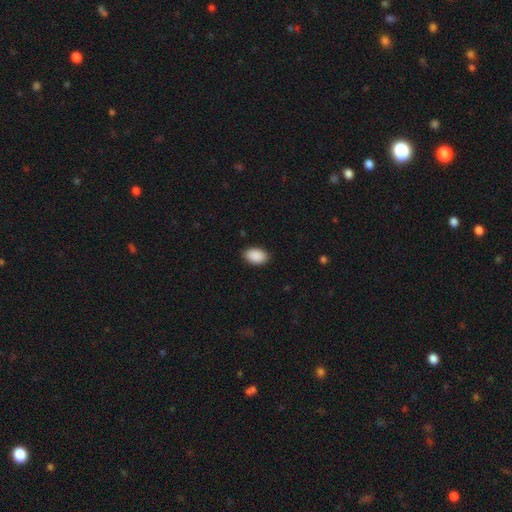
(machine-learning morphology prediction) The model was most divided on "merging": none: 88%, minor disturbance: 9%, major disturbance: 2%, merger: 1%. More confident: how rounded — in between (92%); smooth or featured — smooth (91%).